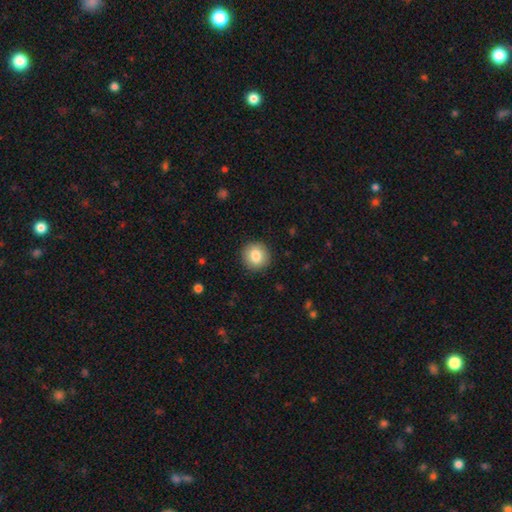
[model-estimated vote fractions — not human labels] This appears to be a smooth galaxy with no disk features (83%) that is round (92%). Merging: none (91%).